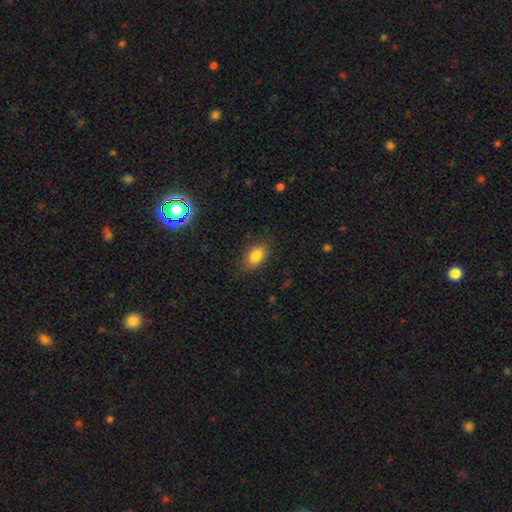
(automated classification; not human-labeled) This appears to be a smooth galaxy with no disk features (82%) that is in between round and cigar-shaped (85%). Merging: none (81%).